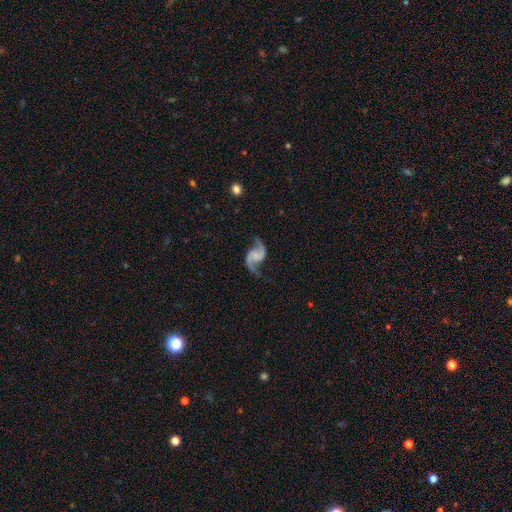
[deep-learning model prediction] This appears to be a featured or disk galaxy (92%) with no bar (58%), 2 (94%) loose (57%) spiral arms (98%) and a small central bulge (42%). Merging: none (78%).